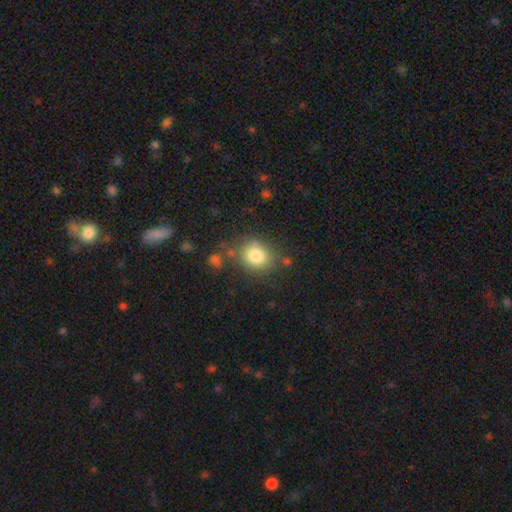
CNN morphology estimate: Overall: smooth (82%). How rounded: round (64%; in between 35%). Merging: none (71%).